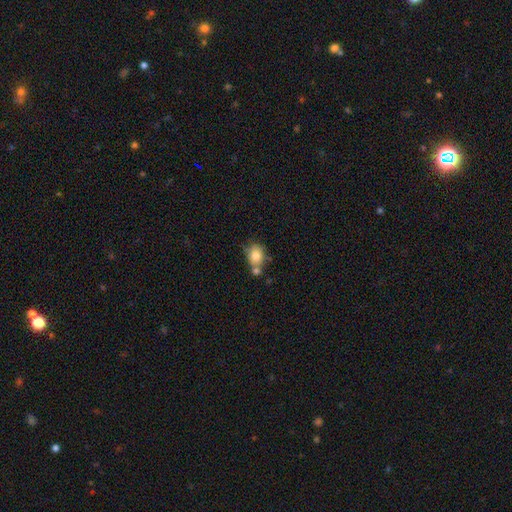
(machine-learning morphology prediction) Smooth or featured? smooth (79%)
How rounded? round (56%)
Merging? none (45%)